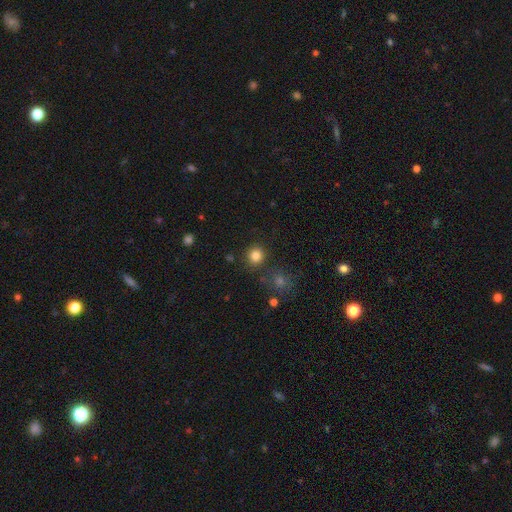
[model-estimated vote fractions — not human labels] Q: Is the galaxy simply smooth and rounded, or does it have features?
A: smooth — 82%.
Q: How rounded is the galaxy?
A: round — 92%.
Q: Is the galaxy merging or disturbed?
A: none — 86%.